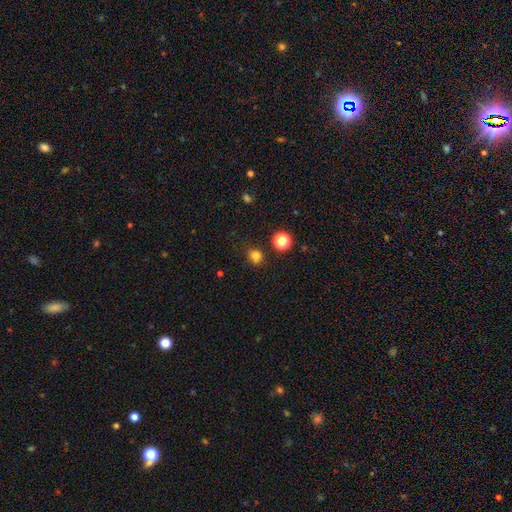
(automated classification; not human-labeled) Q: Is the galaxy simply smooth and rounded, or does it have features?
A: smooth — 76%.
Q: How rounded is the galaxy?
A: round — 72%.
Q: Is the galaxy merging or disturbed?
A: none — 64%.